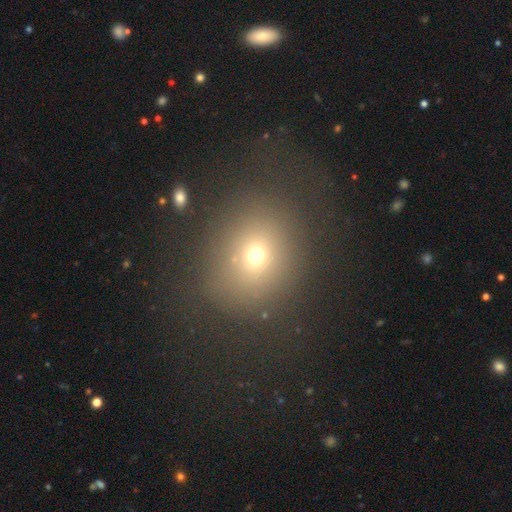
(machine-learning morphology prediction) This is likely a smooth galaxy (67%). How rounded: likely round (76%). Merging: likely none (74%).